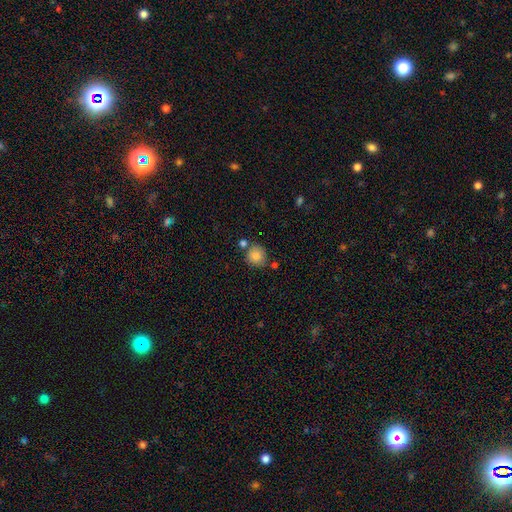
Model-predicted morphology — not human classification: This is clearly a smooth galaxy (85%). How rounded: clearly round (89%). Merging: likely none (72%).